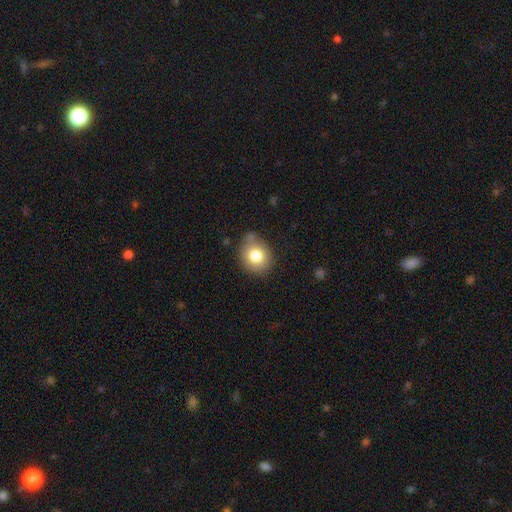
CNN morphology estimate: Smooth or featured? smooth (79%)
How rounded? round (70%)
Merging? none (73%)